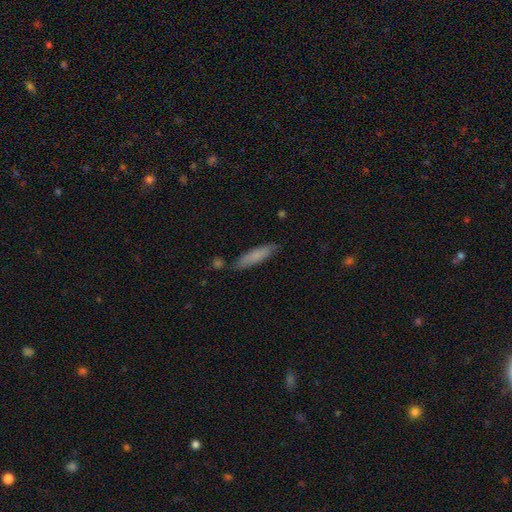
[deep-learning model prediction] Smooth or featured: smooth — 78% (featured or disk — 15%)
How rounded: cigar-shaped — 77% (in between — 22%)
Merging: none — 81% (minor disturbance — 13%)